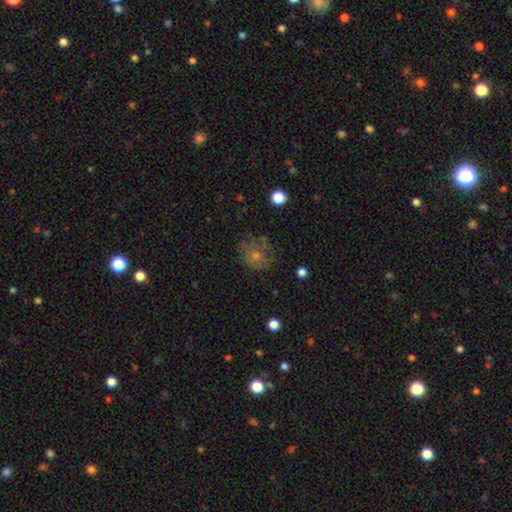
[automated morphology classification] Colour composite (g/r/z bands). It shows a smooth galaxy with no disk features (58%) that is round (69%). Merging: none (59%).